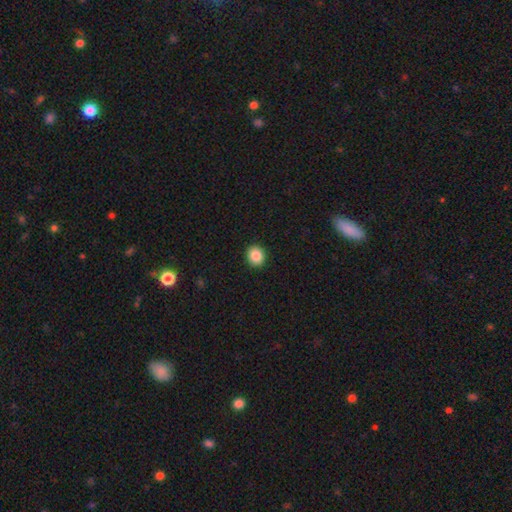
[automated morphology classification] Overall: smooth (87%). How rounded: round (79%). Merging: none (92%).